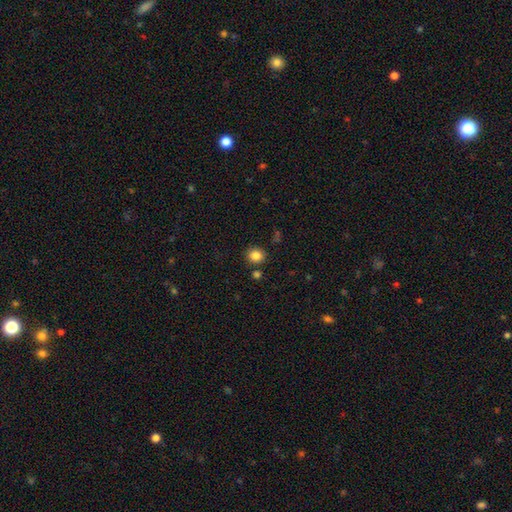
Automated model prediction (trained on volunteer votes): A smooth galaxy with no disk features (85%) that is round (84%). Merging: none (85%).